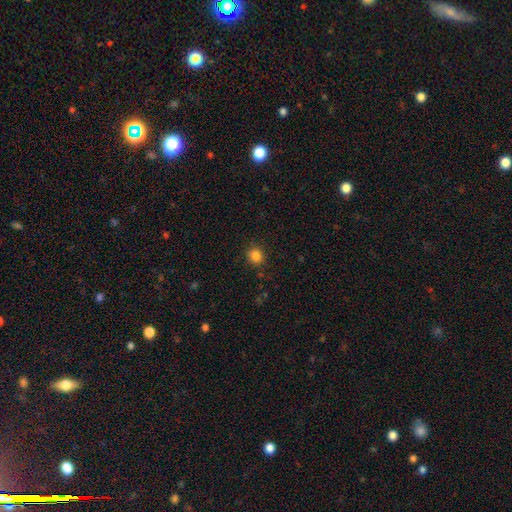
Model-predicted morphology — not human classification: A smooth galaxy with no disk features (84%) that is round (87%).

Vote fractions:
- Smooth or featured? smooth: 84% / star or artifact: 12% / featured or disk: 4%
- How rounded? round: 87% / in between: 13% / cigar-shaped: 1%
- Merging? none: 88% / minor disturbance: 8% / major disturbance: 2% / merger: 1%